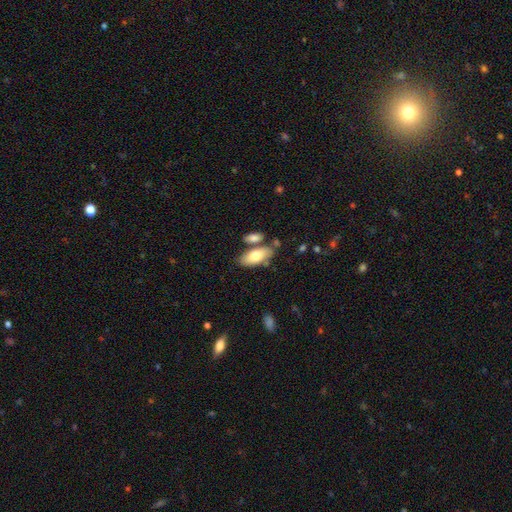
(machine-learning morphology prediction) Smooth or featured? smooth (73%)
How rounded? in between (87%)
Merging? none (66%)